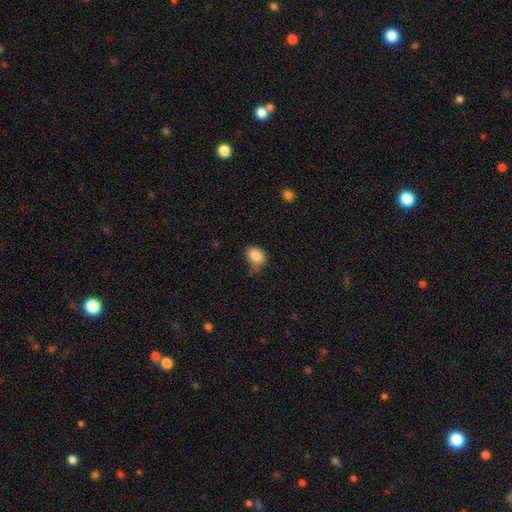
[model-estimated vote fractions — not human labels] Overall: smooth (85%). How rounded: in between (68%; round 31%). Merging: none (60%; minor disturbance 30%).